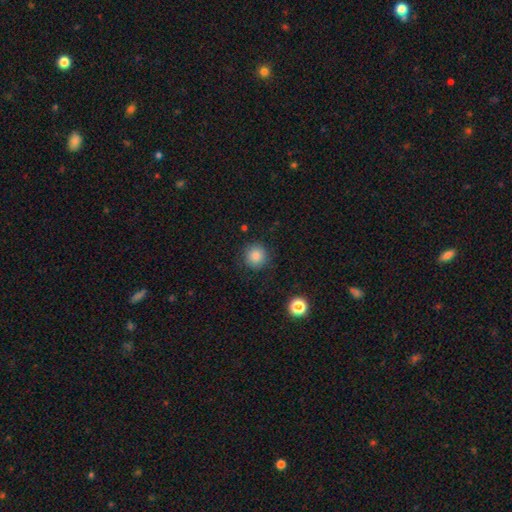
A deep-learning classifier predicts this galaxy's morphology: This appears to be a smooth galaxy with no disk features (86%) that is round (94%). Merging: none (88%).